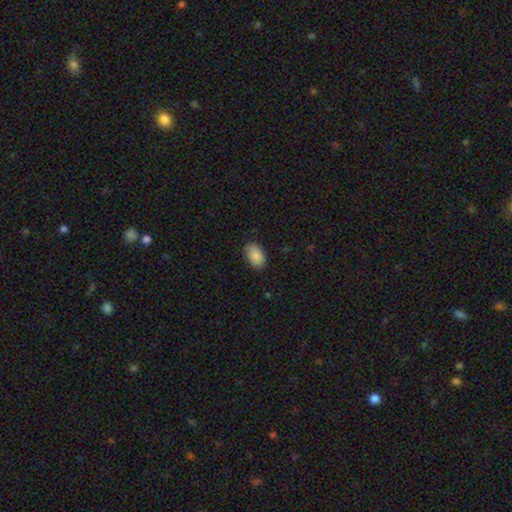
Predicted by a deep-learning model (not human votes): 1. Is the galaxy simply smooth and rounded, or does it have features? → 89% smooth, 6% star or artifact, 5% featured or disk.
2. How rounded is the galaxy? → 92% in between, 7% round, 1% cigar-shaped.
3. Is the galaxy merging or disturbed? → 87% none, 10% minor disturbance, 2% major disturbance, 1% merger.